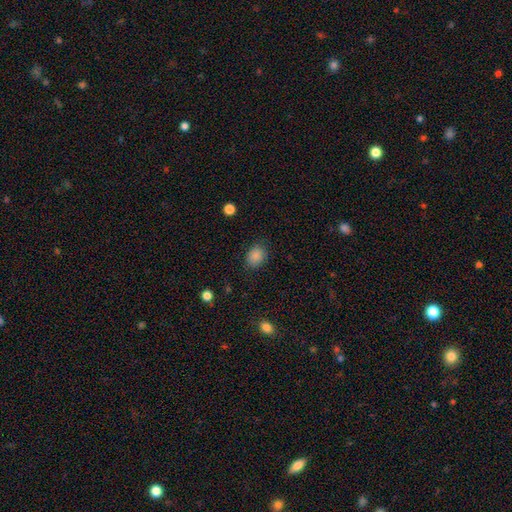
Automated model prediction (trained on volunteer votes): smooth_or_featured: smooth (p=0.86) [alt: star or artifact p=0.10]
how_rounded: in between (p=0.55) [alt: round p=0.44]
merging: none (p=0.82) [alt: minor disturbance p=0.13]